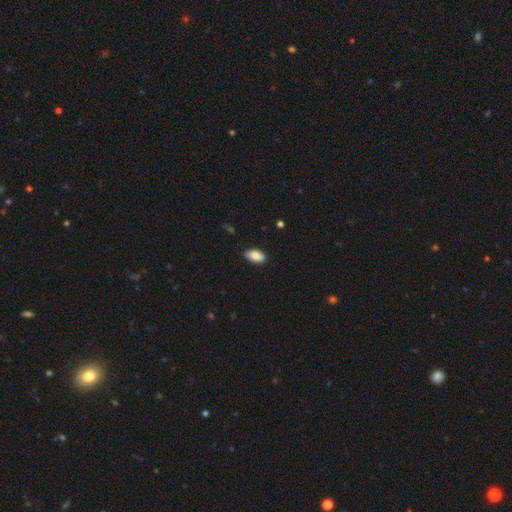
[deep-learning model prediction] The model was most divided on "merging": none: 85%, minor disturbance: 12%, major disturbance: 2%, merger: 1%. More confident: how rounded — in between (94%); smooth or featured — smooth (88%).